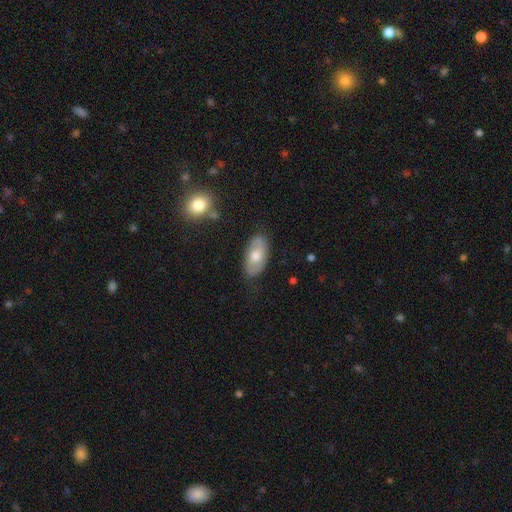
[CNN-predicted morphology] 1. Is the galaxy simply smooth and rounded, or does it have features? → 57% smooth, 37% featured or disk, 6% star or artifact.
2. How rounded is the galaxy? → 92% in between, 4% cigar-shaped, 4% round.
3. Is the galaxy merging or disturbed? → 77% none, 17% minor disturbance, 4% major disturbance, 2% merger.